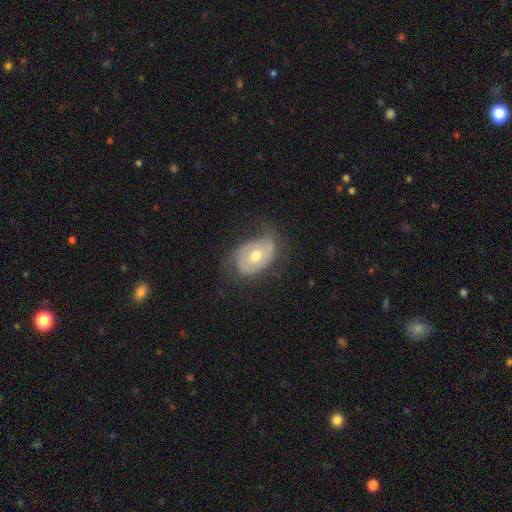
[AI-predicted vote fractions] Morphology: type=featured or disk (56%); edge-on=no (94%); bar=no (76%); spiral arms=yes (61%); bulge=moderate (66%); merging=none (47%).